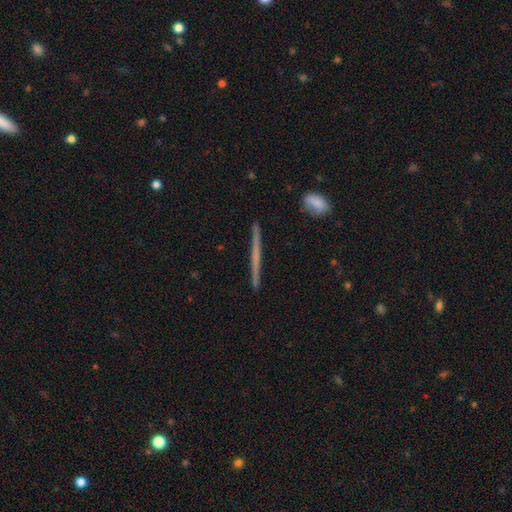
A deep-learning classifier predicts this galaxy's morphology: Smooth or featured?
  - featured or disk: 58% *
  - smooth: 35%
  - star or artifact: 7%
Edge-on disk?
  - yes: 98% *
  - no: 2%
Edge-on bulge?
  - none: 83% *
  - rounded: 13%
  - boxy: 4%
Merging?
  - none: 92% *
  - minor disturbance: 6%
  - merger: 1%
  - major disturbance: 1%